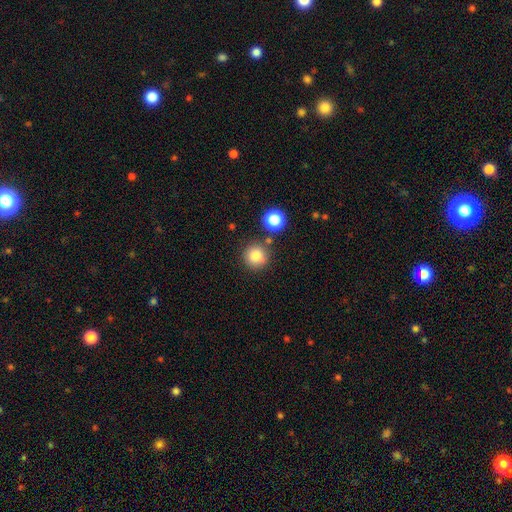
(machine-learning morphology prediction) This appears to be a smooth galaxy with no disk features (83%) that is round (94%). Merging: none (80%).